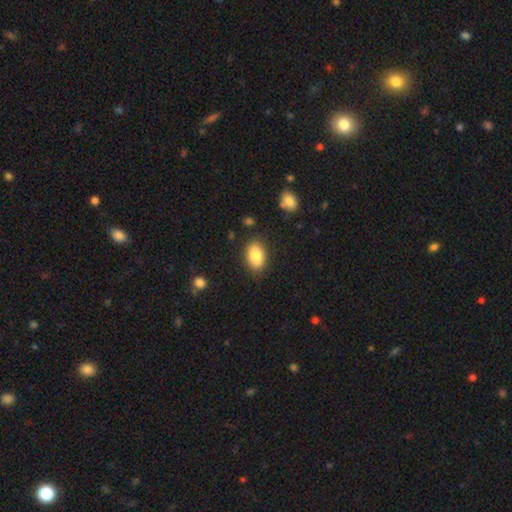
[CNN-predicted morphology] smooth-or-featured: smooth: 85% | featured or disk: 8% | star or artifact: 7%
  how-rounded: in between: 90% | round: 8% | cigar-shaped: 2%
  merging: none: 85% | minor disturbance: 11% | major disturbance: 3% | merger: 2%